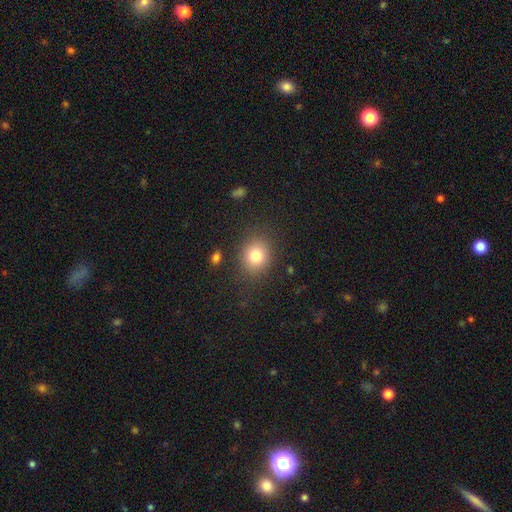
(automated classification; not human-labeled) smooth-or-featured: smooth: 80% | star or artifact: 12% | featured or disk: 9%
  how-rounded: round: 69% | in between: 30% | cigar-shaped: 1%
  merging: none: 83% | minor disturbance: 10% | major disturbance: 4% | merger: 2%